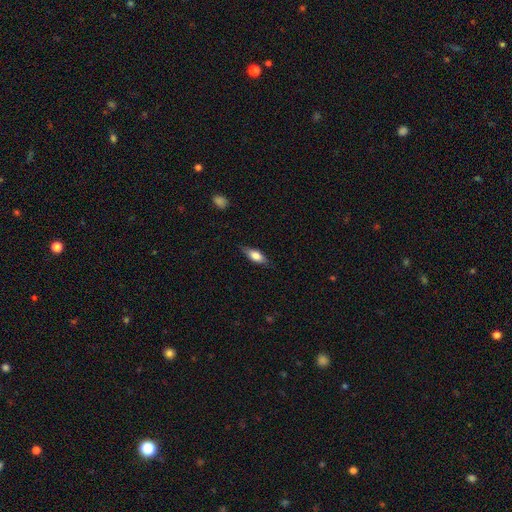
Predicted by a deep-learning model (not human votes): This appears to be a smooth galaxy with no disk features (67%) that is in between round and cigar-shaped (70%). Merging: none (80%).